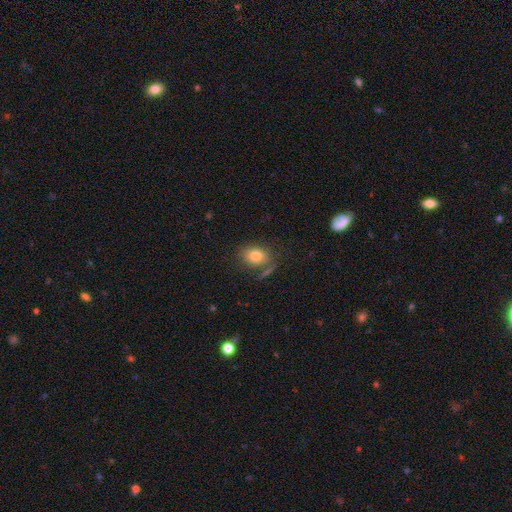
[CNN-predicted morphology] This is likely a smooth galaxy (79%). How rounded: likely in between (66%). Merging: likely none (67%).